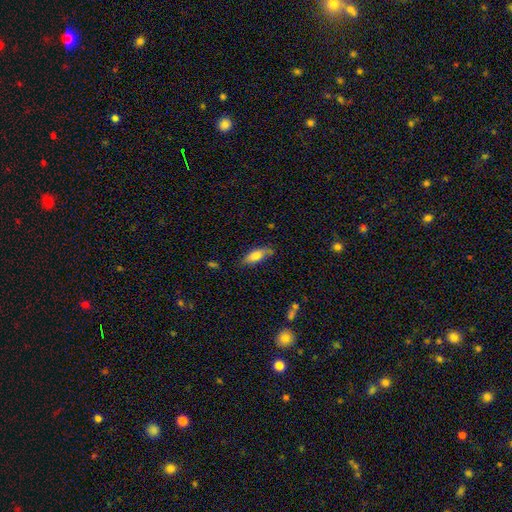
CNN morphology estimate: type=smooth (74%); roundness=in between (70%); merging=none (72%).